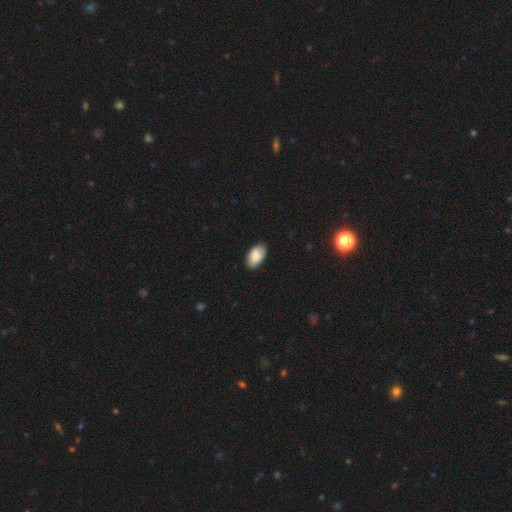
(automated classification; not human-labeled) smooth 88%, star or artifact 6%, featured or disk 6%. Down the decision tree: how rounded — in between (95%); merging — none (86%).